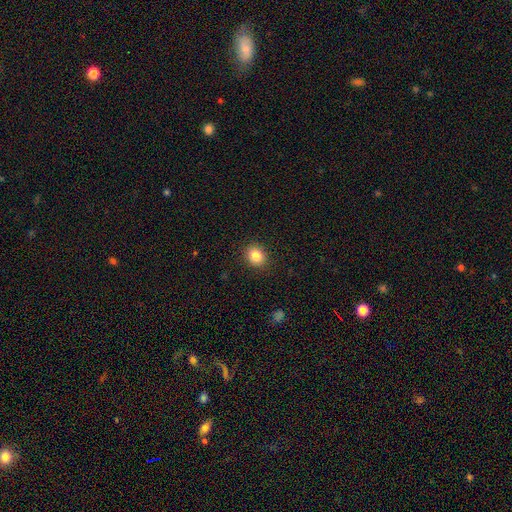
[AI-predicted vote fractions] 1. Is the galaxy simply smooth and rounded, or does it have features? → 83% smooth, 10% star or artifact, 6% featured or disk.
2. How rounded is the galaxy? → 64% round, 35% in between, 1% cigar-shaped.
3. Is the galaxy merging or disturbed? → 90% none, 7% minor disturbance, 2% major disturbance, 1% merger.